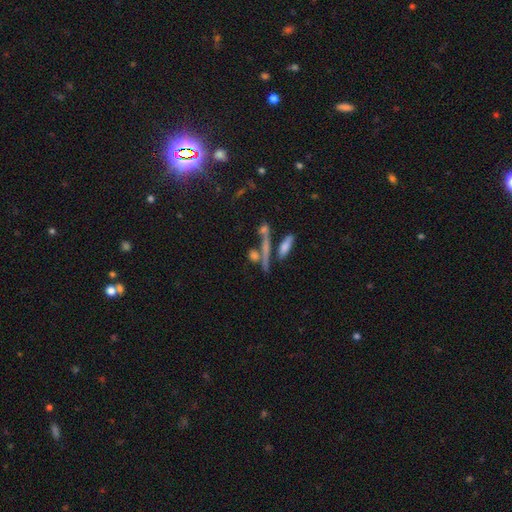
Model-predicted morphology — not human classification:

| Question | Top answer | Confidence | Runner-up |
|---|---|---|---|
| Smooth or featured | smooth | 40% | featured or disk (39%) |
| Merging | none | 59% | merger (25%) |